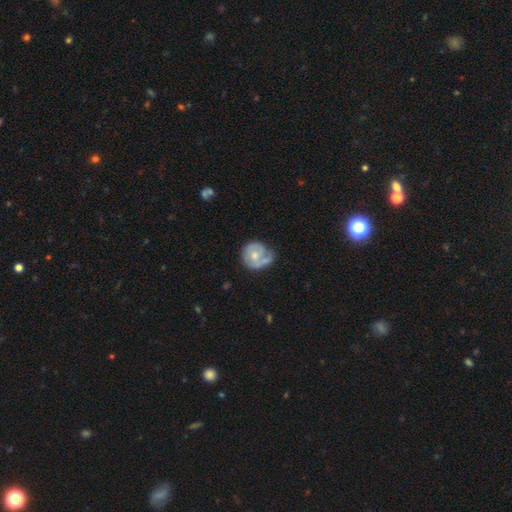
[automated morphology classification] smooth_or_featured: featured or disk (p=0.54) [alt: smooth p=0.40]
disk_edge_on: no (p=0.98) [alt: yes p=0.02]
bar: no (p=0.75) [alt: weak p=0.22]
has_spiral_arms: yes (p=0.67) [alt: no p=0.33]
bulge_size: moderate (p=0.55) [alt: small p=0.36]
merging: none (p=0.47) [alt: minor disturbance p=0.29]